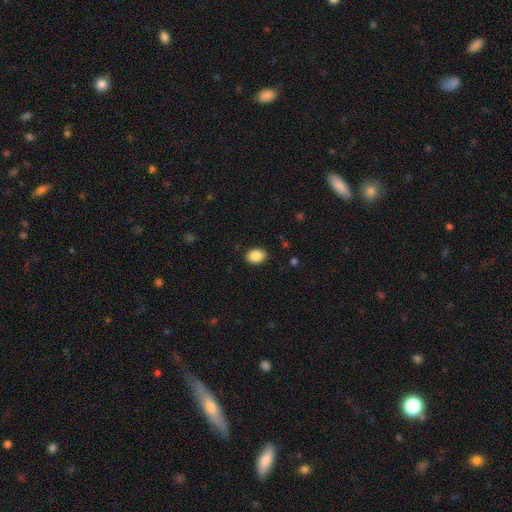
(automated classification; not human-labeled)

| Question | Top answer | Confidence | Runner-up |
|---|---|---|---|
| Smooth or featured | smooth | 88% | star or artifact (8%) |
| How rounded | in between | 74% | round (25%) |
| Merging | none | 88% | minor disturbance (9%) |